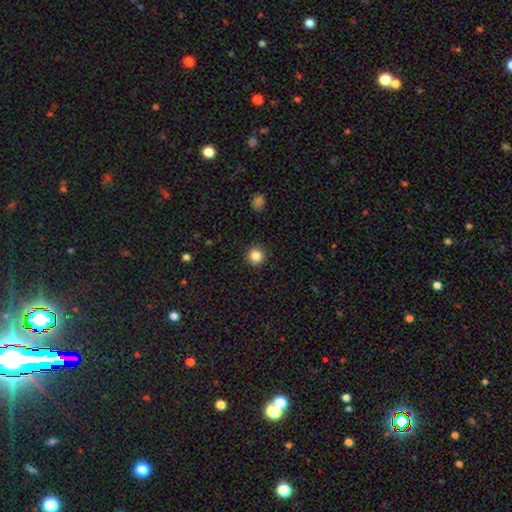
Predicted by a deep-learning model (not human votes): smooth 85%, star or artifact 10%, featured or disk 4%. Down the decision tree: how rounded — round (94%); merging — none (92%).